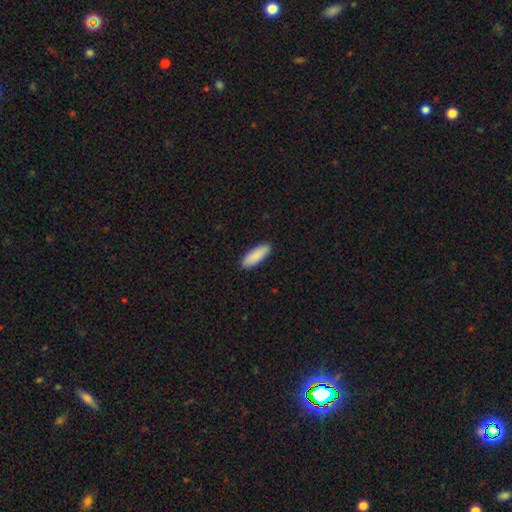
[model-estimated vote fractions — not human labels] Overall: smooth (89%). How rounded: in between (58%; cigar-shaped 40%). Merging: none (90%).